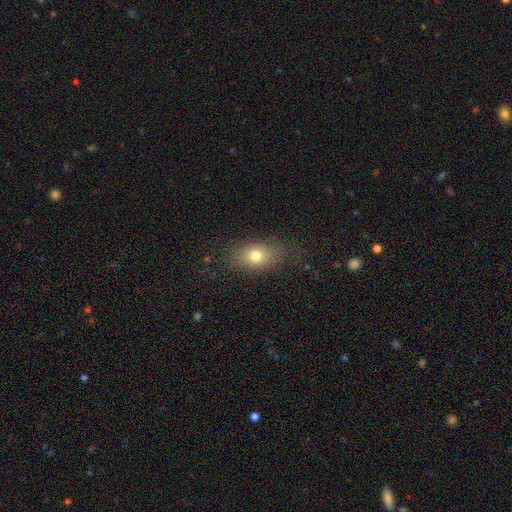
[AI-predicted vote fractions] Morphology: type=smooth (76%); roundness=in between (79%); merging=none (78%).